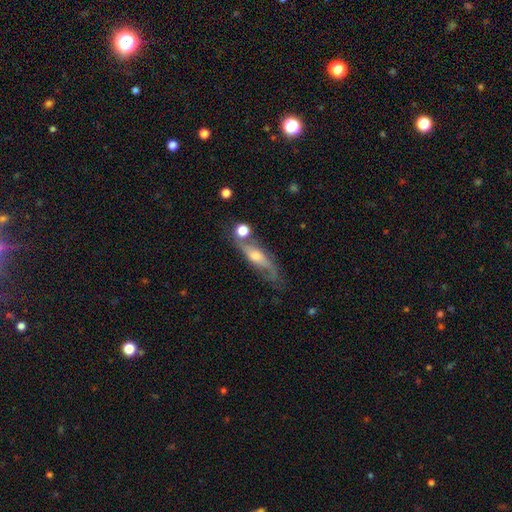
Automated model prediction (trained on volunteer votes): A featured or disk galaxy (68%). Merging: none (59%).